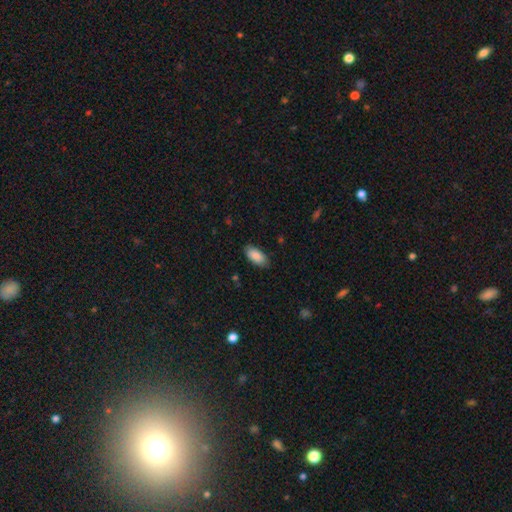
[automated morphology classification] smooth-or-featured: smooth: 87% | featured or disk: 7% | star or artifact: 6%
  how-rounded: in between: 92% | cigar-shaped: 6% | round: 2%
  merging: none: 85% | minor disturbance: 11% | major disturbance: 2% | merger: 1%